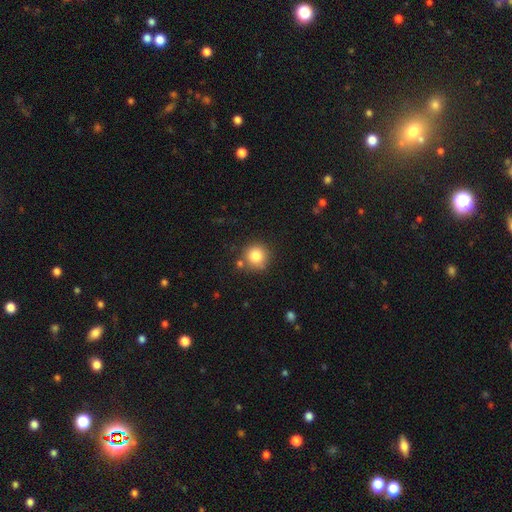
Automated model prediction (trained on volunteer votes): smooth 82%, star or artifact 11%, featured or disk 8%. Down the decision tree: how rounded — round (92%); merging — none (78%).